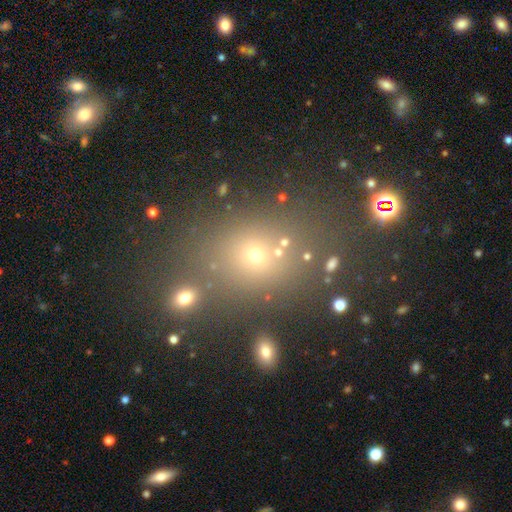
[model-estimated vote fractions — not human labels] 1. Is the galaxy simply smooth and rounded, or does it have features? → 60% smooth, 28% star or artifact, 12% featured or disk.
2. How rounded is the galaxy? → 55% round, 43% in between, 2% cigar-shaped.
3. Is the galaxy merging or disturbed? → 70% none, 12% merger, 11% minor disturbance, 6% major disturbance.